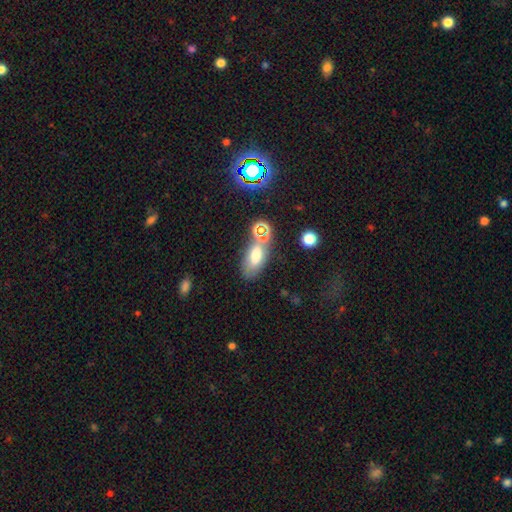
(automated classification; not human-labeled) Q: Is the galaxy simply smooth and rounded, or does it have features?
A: smooth — 66%.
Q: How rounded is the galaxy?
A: in between — 86%.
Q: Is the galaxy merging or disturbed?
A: none — 57%.